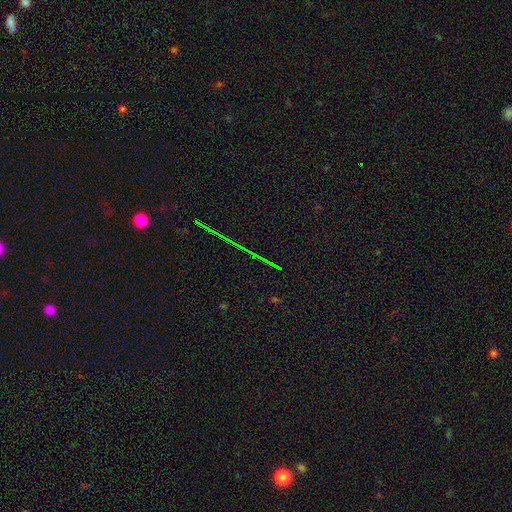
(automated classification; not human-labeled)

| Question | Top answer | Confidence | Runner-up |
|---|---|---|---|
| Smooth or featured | star or artifact | 81% | featured or disk (10%) |